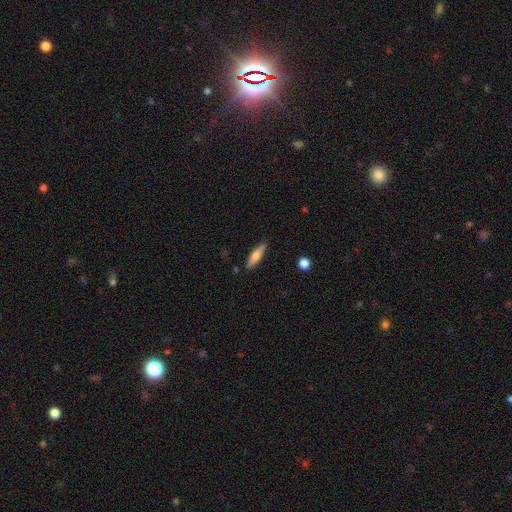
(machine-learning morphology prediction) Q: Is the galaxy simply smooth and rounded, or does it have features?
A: smooth — 60%.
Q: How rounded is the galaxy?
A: cigar-shaped — 72%.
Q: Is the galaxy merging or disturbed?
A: none — 86%.